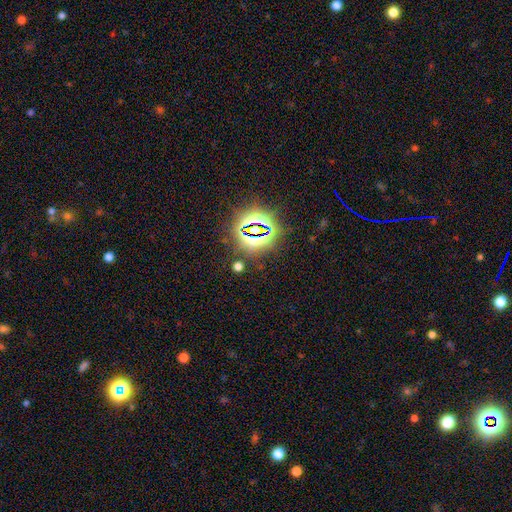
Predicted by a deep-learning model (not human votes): smooth-or-featured: star or artifact: 80% | smooth: 12% | featured or disk: 8%